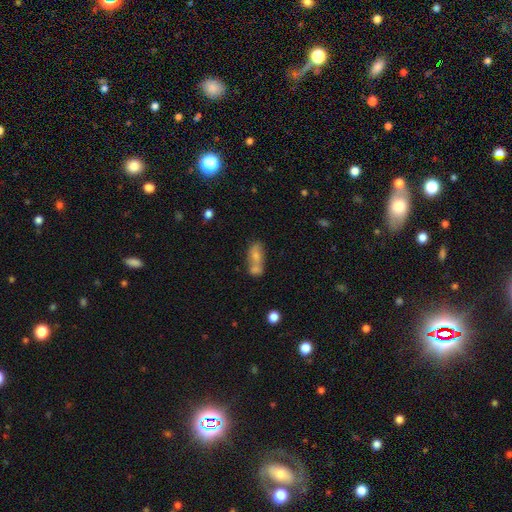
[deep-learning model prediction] This appears to be a smooth galaxy with no disk features (63%) that is in between round and cigar-shaped (80%). Merging: merger (55%).